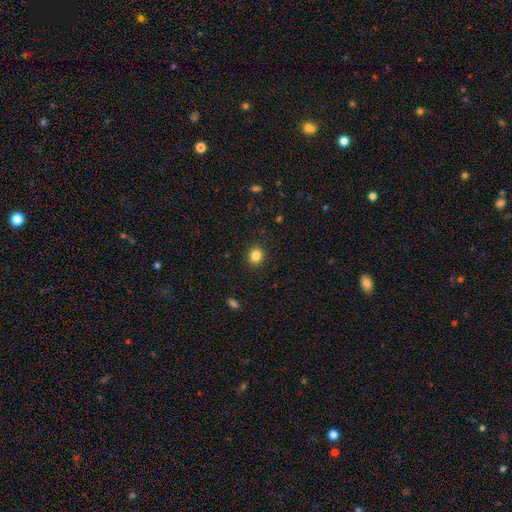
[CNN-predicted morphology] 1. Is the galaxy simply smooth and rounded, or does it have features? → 84% smooth, 11% star or artifact, 5% featured or disk.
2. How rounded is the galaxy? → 80% round, 19% in between, 1% cigar-shaped.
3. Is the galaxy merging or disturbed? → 91% none, 6% minor disturbance, 2% major disturbance, 1% merger.